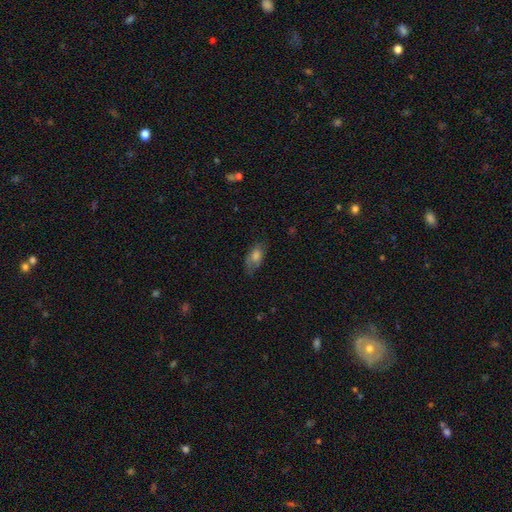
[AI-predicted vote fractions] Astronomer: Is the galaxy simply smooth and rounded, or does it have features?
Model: smooth — 63%.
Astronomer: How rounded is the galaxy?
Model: in between — 85%.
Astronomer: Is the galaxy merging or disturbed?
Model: none — 63%.